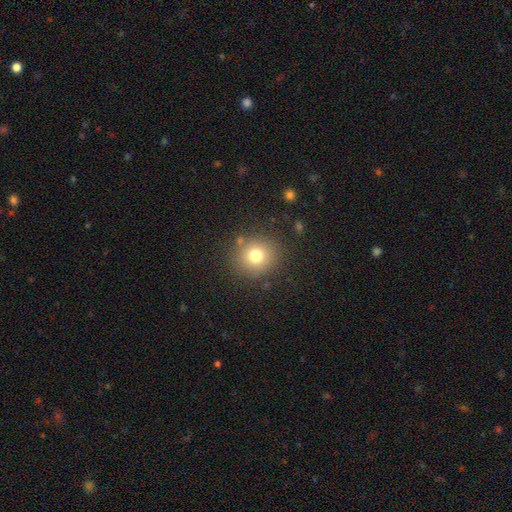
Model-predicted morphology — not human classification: smooth-or-featured: smooth: 75% | star or artifact: 14% | featured or disk: 11%
  how-rounded: round: 88% | in between: 11% | cigar-shaped: 1%
  merging: none: 84% | minor disturbance: 9% | major disturbance: 4% | merger: 3%